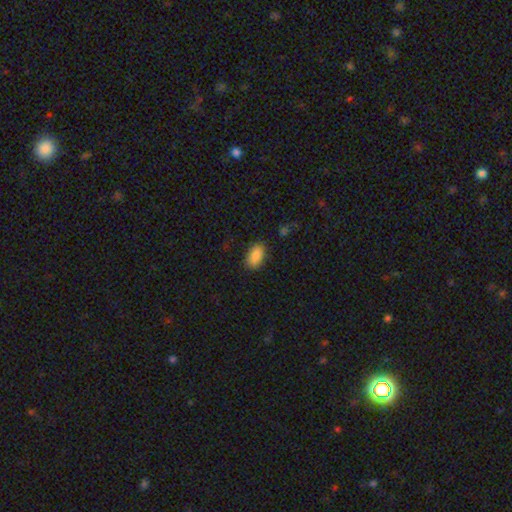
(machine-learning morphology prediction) This appears to be a smooth galaxy with no disk features (87%) that is in between round and cigar-shaped (92%). Merging: none (82%).